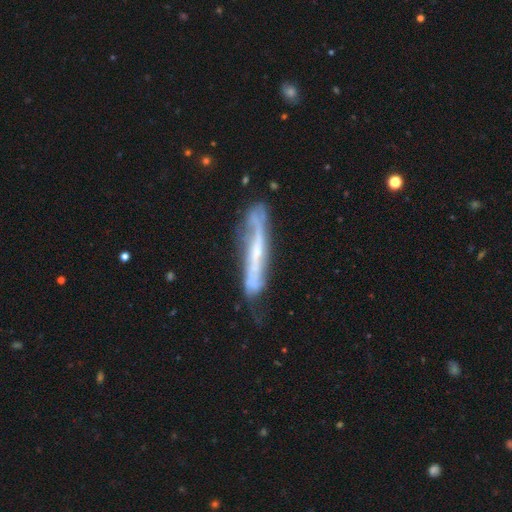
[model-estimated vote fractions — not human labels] Smooth or featured? featured or disk (75%)
Edge-on disk? yes (59%)
Merging? none (65%)